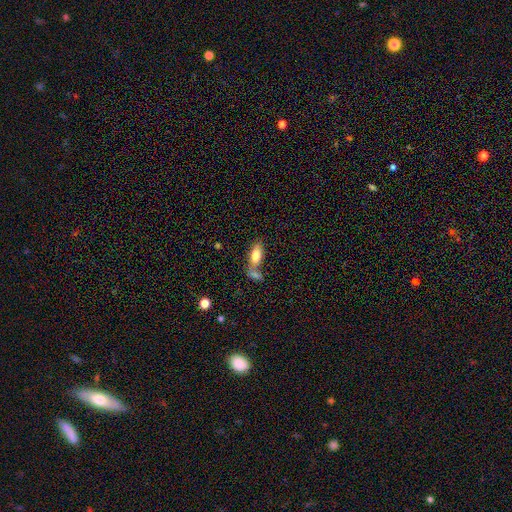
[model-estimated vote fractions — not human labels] This is likely a smooth galaxy (75%). How rounded: likely in between (79%). Merging: marginally none (45%).